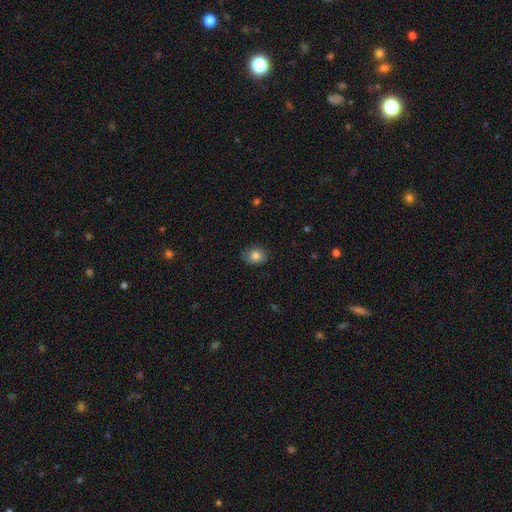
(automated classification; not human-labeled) Smooth or featured? smooth (81%)
How rounded? round (59%)
Merging? none (77%)